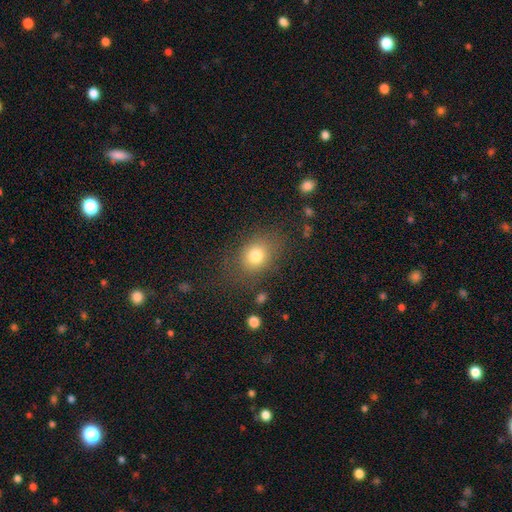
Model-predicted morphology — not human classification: A smooth galaxy with no disk features (78%) that is in between round and cigar-shaped (55%).

Vote fractions:
- Smooth or featured? smooth: 78% / star or artifact: 12% / featured or disk: 10%
- How rounded? in between: 55% / round: 44% / cigar-shaped: 1%
- Merging? none: 73% / minor disturbance: 15% / major disturbance: 9% / merger: 2%